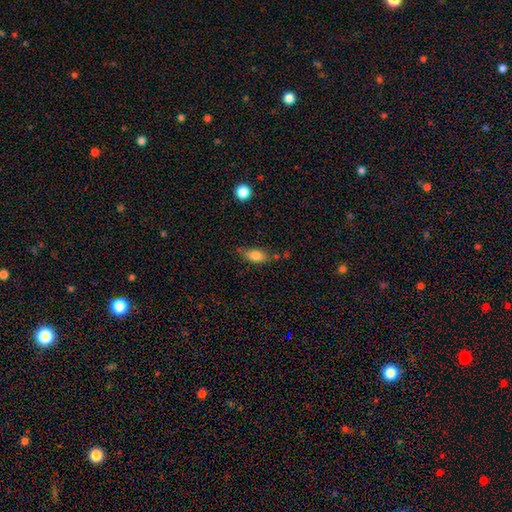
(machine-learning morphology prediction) smooth_or_featured: smooth (p=0.78) [alt: featured or disk p=0.13]
how_rounded: in between (p=0.82) [alt: cigar-shaped p=0.12]
merging: none (p=0.64) [alt: minor disturbance p=0.22]